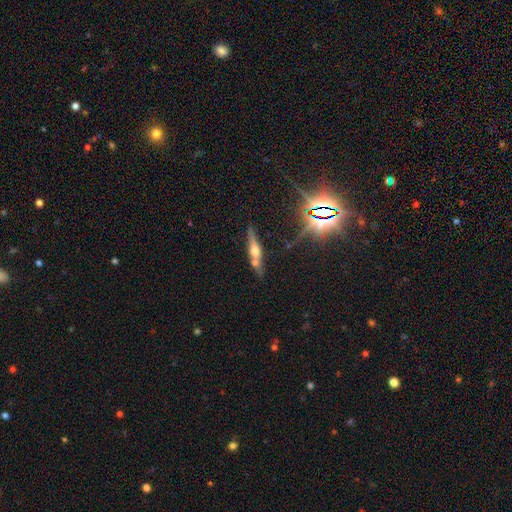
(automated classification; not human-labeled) A featured or disk galaxy (55%) viewed edge-on (89%). Merging: none (64%).